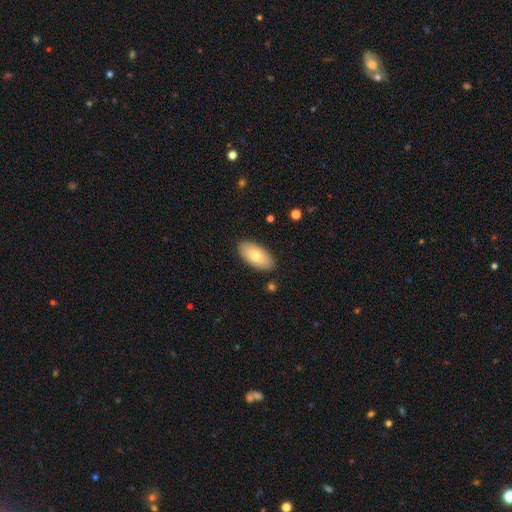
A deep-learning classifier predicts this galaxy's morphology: type=smooth (75%); roundness=in between (94%); merging=none (88%).